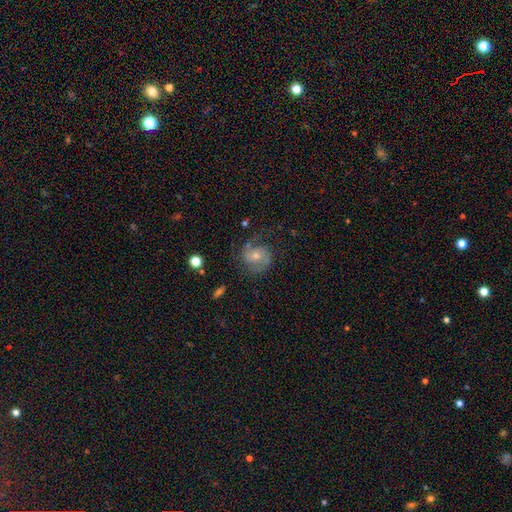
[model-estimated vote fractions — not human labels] This is likely a featured or disk galaxy (77%). It is clearly not viewed edge-on (98%). Bar: likely no (64%). Spiral arm pattern: clearly yes (94%). Spiral arm count: likely 2 (78%). Spiral winding: possibly medium (48%). Central bulge: possibly small (50%). Merging: likely none (70%).